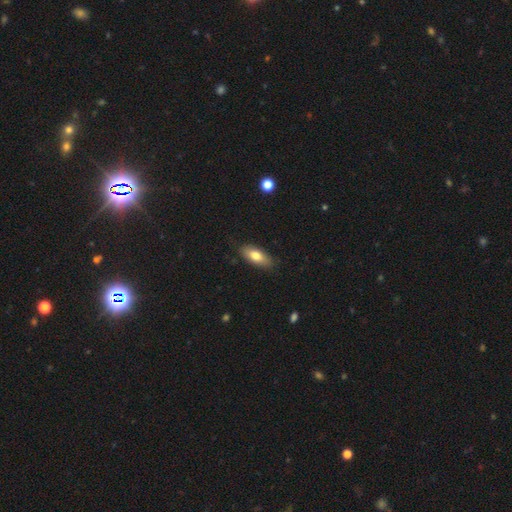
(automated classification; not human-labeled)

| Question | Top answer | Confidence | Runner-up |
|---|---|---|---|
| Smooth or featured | smooth | 75% | featured or disk (18%) |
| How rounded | in between | 81% | cigar-shaped (16%) |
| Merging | none | 83% | minor disturbance (13%) |